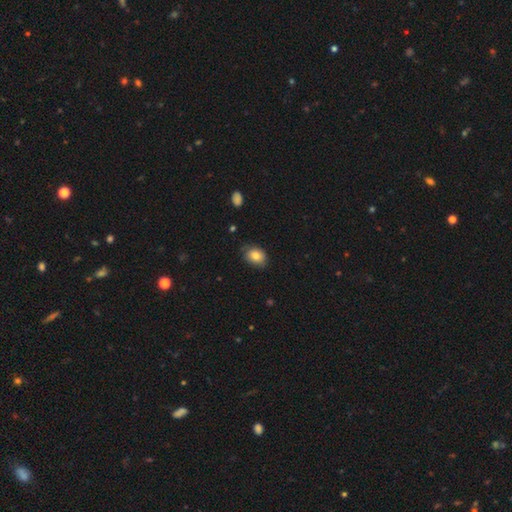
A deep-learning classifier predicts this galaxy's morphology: The model was most divided on "how rounded": in between: 63%, round: 36%, cigar-shaped: 1%. More confident: smooth or featured — smooth (82%); merging — none (74%).